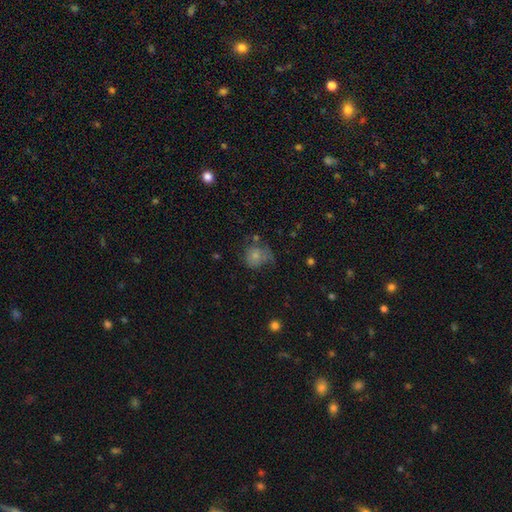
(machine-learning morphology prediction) Smooth or featured: smooth — 69% (featured or disk — 20%)
How rounded: round — 72% (in between — 27%)
Merging: none — 41% (minor disturbance — 28%)